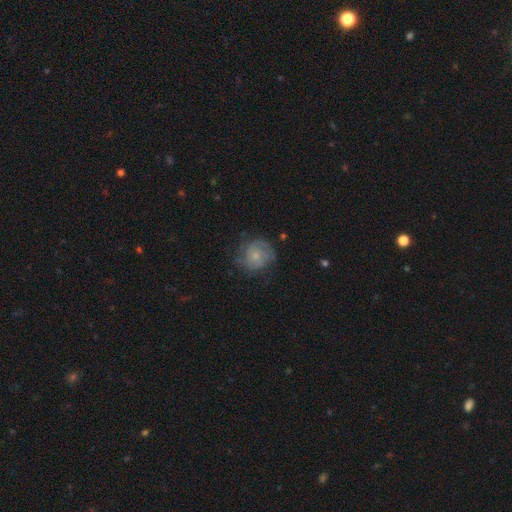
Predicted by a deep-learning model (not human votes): Morphology: type=featured or disk (56%); edge-on=no (98%); bar=no (78%); spiral arms=yes (83%); bulge=small (60%); merging=none (65%).